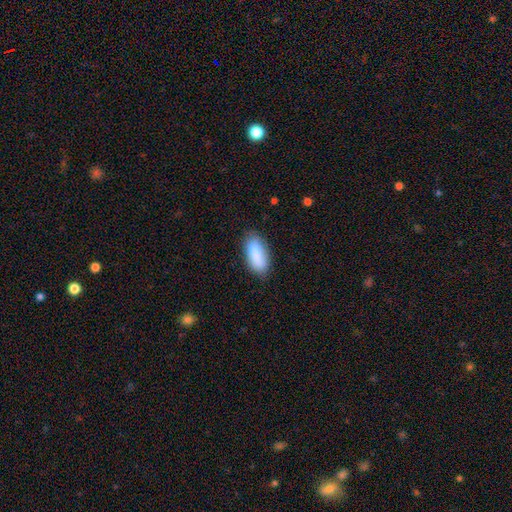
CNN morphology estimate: Smooth or featured?
  - smooth: 83% *
  - featured or disk: 10%
  - star or artifact: 7%
How rounded?
  - in between: 82% *
  - cigar-shaped: 15%
  - round: 3%
Merging?
  - none: 73% *
  - minor disturbance: 19%
  - major disturbance: 4%
  - merger: 4%